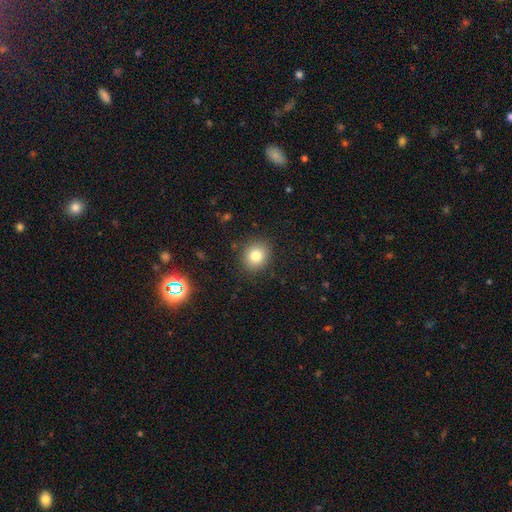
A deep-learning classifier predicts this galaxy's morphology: Q: Smooth or featured?
A: smooth (81%); runner-up: star or artifact (11%)
Q: How rounded?
A: round (75%); runner-up: in between (24%)
Q: Merging?
A: none (88%); runner-up: minor disturbance (8%)